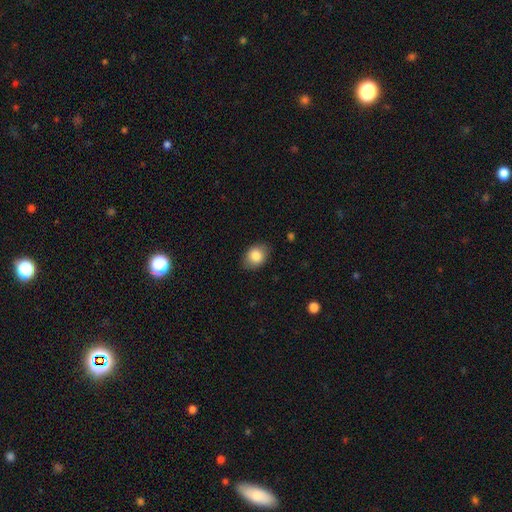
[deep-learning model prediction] Smooth or featured: smooth — 84% (star or artifact — 8%)
How rounded: in between — 64% (round — 35%)
Merging: none — 85% (minor disturbance — 11%)